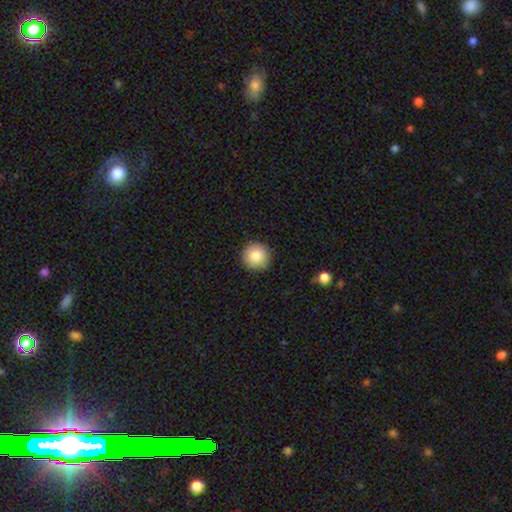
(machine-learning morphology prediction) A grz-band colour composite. It shows a smooth galaxy with no disk features (84%) that is round (95%). Merging: none (91%).